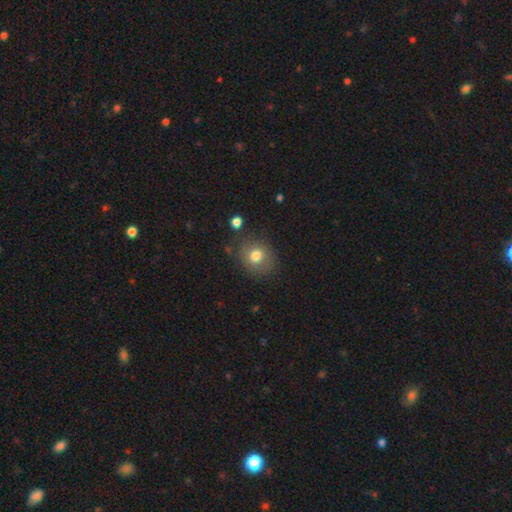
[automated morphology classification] Smooth or featured: smooth — 77% (featured or disk — 13%)
How rounded: round — 66% (in between — 33%)
Merging: none — 76% (minor disturbance — 15%)